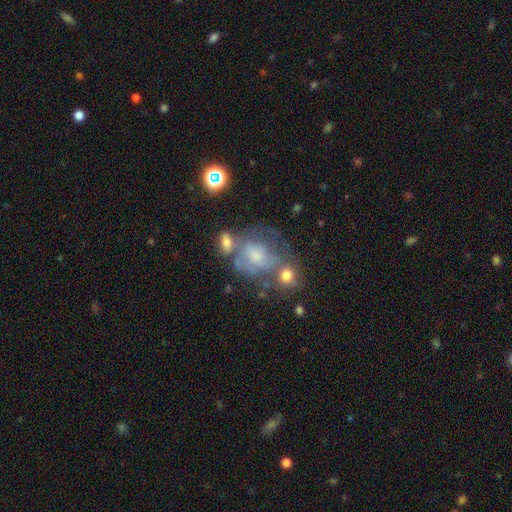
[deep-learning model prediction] Morphology: type=featured or disk (59%); edge-on=no (96%); bar=no (66%); spiral arms=yes (67%); bulge=small (44%); merging=none (47%).